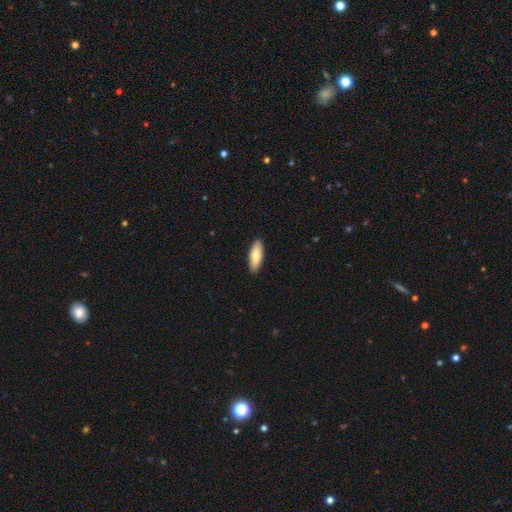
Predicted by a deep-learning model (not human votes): A smooth galaxy with no disk features (81%) that is in between round and cigar-shaped (62%).

Vote fractions:
- Smooth or featured? smooth: 81% / featured or disk: 14% / star or artifact: 5%
- How rounded? in between: 62% / cigar-shaped: 37% / round: 2%
- Merging? none: 90% / minor disturbance: 7% / major disturbance: 1% / merger: 1%